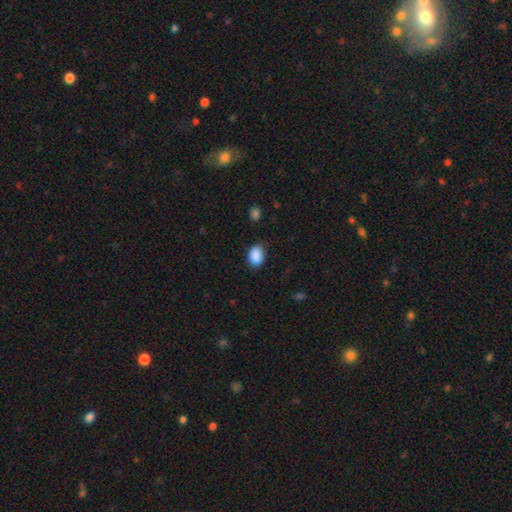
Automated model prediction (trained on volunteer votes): A smooth galaxy with no disk features (90%) that is in between round and cigar-shaped (81%). Merging: none (82%).